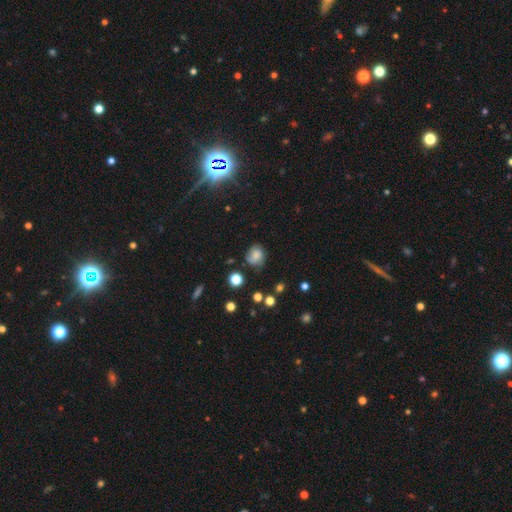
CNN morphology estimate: This is likely a smooth galaxy (67%). How rounded: likely round (62%). Merging: possibly none (59%).